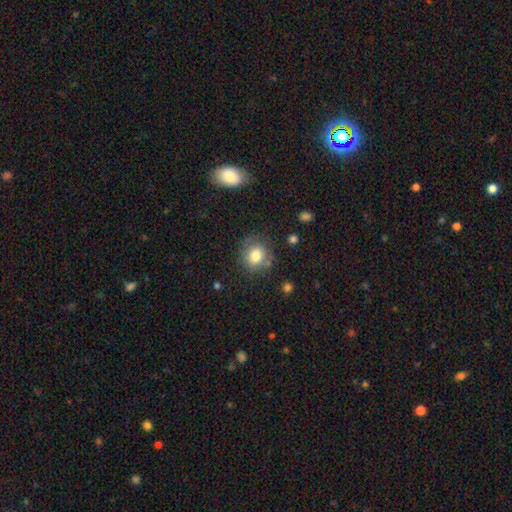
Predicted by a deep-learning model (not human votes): This is likely a smooth galaxy (79%). How rounded: likely round (78%). Merging: likely none (78%).